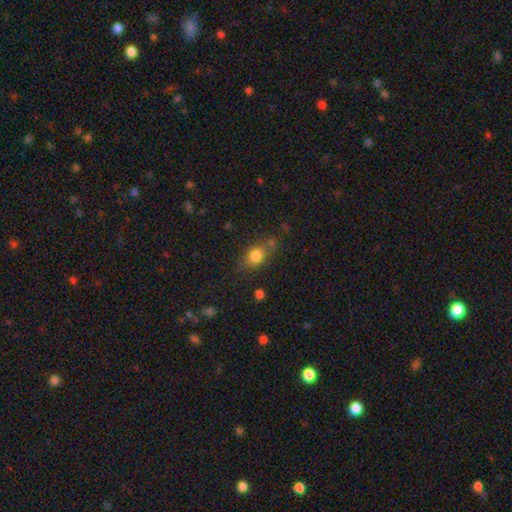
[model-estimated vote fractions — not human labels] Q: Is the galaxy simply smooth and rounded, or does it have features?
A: smooth — 80%.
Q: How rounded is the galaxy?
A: in between — 62%.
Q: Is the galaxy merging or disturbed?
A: none — 67%.